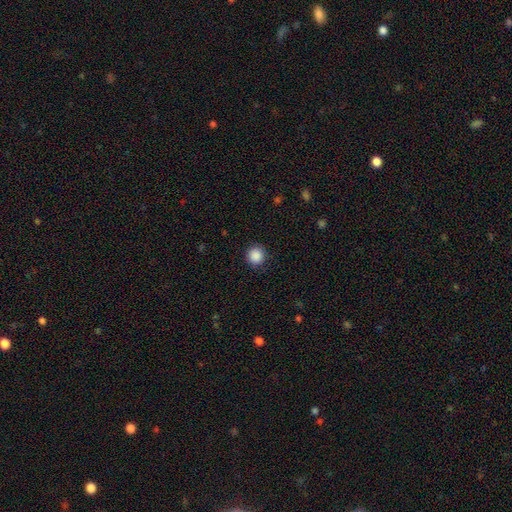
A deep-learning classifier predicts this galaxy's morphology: Overall: smooth (88%). How rounded: round (94%). Merging: none (90%).